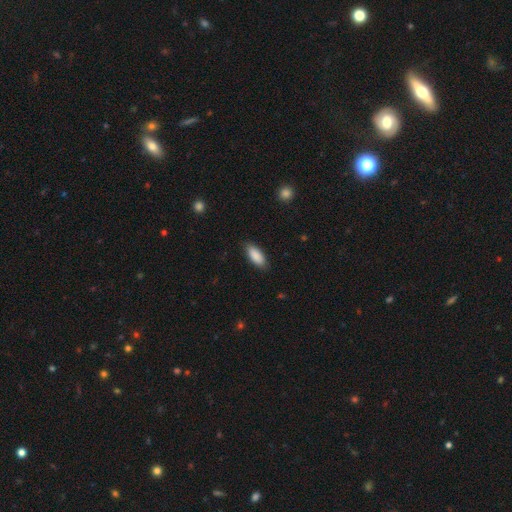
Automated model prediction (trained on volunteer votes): A smooth galaxy with no disk features (89%) that is in between round and cigar-shaped (83%). Merging: none (86%).